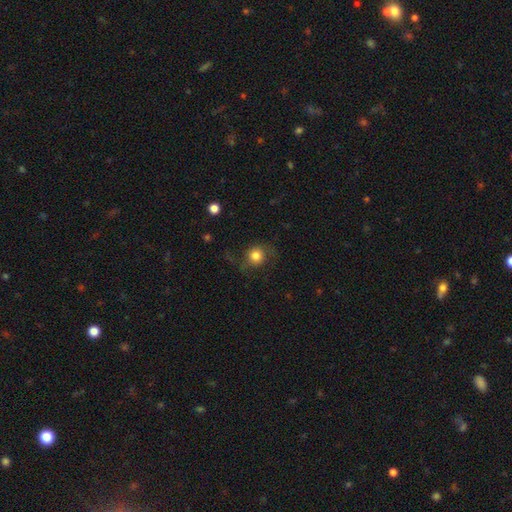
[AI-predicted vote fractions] Smooth or featured? Predicted: smooth (p=0.78). How rounded? Predicted: round (p=0.87). Merging? Predicted: none (p=0.67).